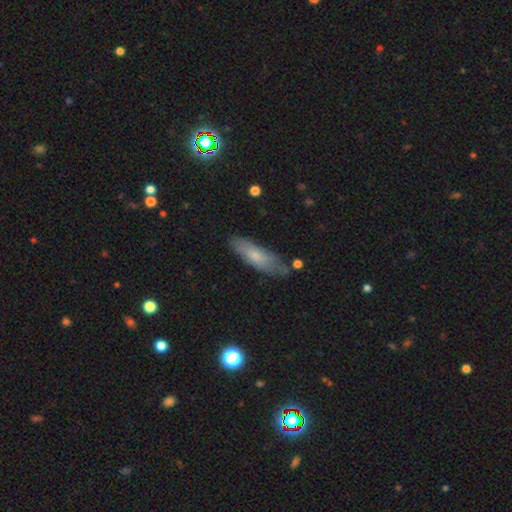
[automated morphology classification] Smooth or featured? smooth (68%)
How rounded? cigar-shaped (52%)
Merging? none (75%)